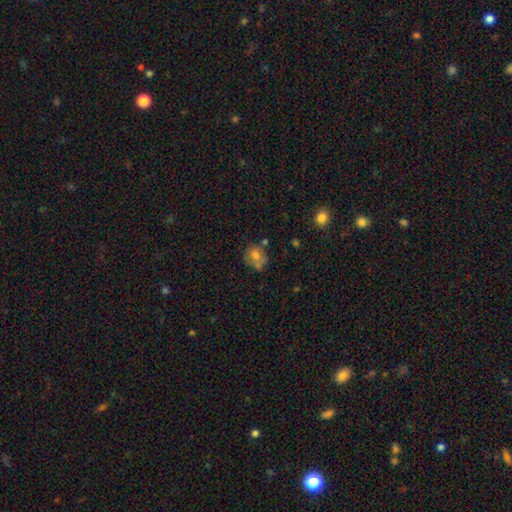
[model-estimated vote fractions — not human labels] smooth_or_featured: smooth (p=0.60) [alt: featured or disk p=0.25]
how_rounded: round (p=0.68) [alt: in between p=0.31]
merging: none (p=0.53) [alt: minor disturbance p=0.21]